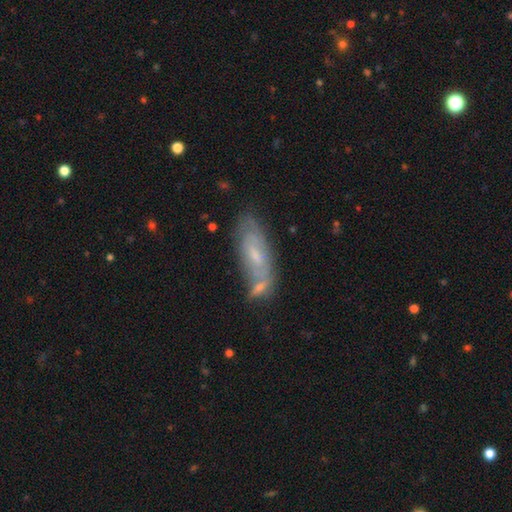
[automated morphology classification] Smooth or featured? featured or disk (52%)
Edge-on disk? no (78%)
Merging? none (55%)